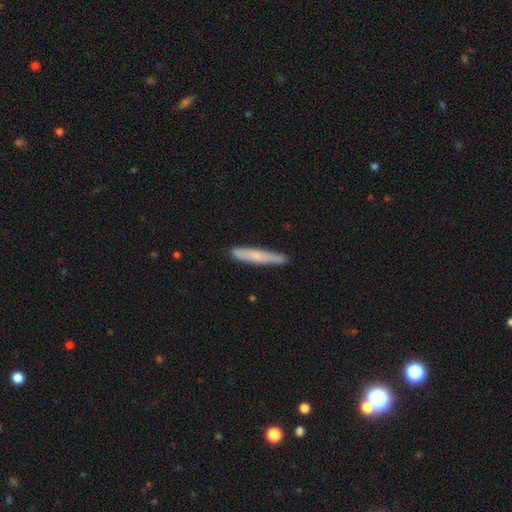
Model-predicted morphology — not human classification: This is likely a smooth galaxy (70%). How rounded: clearly cigar-shaped (94%). Merging: clearly none (88%).